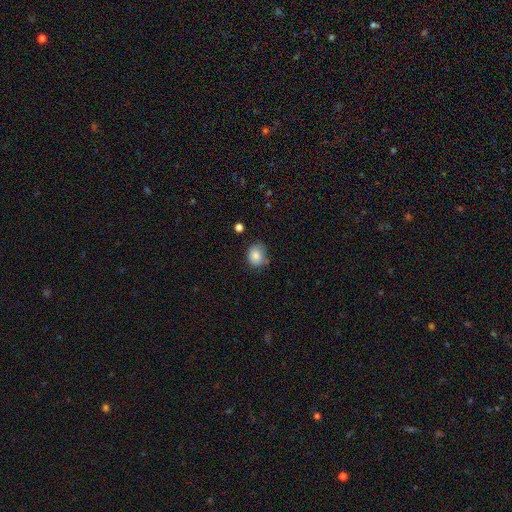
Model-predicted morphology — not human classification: The model was most divided on "how rounded": round: 61%, in between: 38%, cigar-shaped: 1%. More confident: smooth or featured — smooth (84%); merging — none (66%).